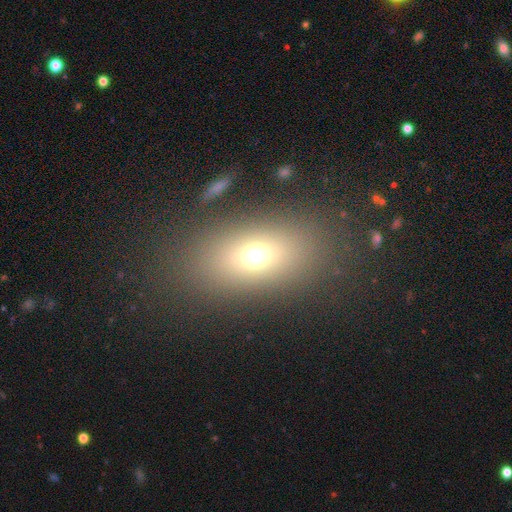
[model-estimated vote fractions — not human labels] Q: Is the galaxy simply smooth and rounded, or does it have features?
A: smooth — 66%.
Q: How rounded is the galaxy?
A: in between — 77%.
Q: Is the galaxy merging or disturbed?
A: none — 80%.